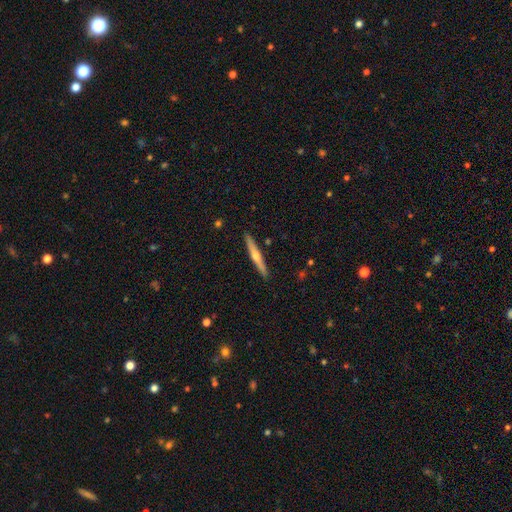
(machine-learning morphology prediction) Smooth or featured?
  - featured or disk: 61% *
  - smooth: 34%
  - star or artifact: 6%
Edge-on disk?
  - yes: 97% *
  - no: 3%
Edge-on bulge?
  - rounded: 86% *
  - none: 11%
  - boxy: 3%
Merging?
  - none: 91% *
  - minor disturbance: 6%
  - major disturbance: 1%
  - merger: 1%